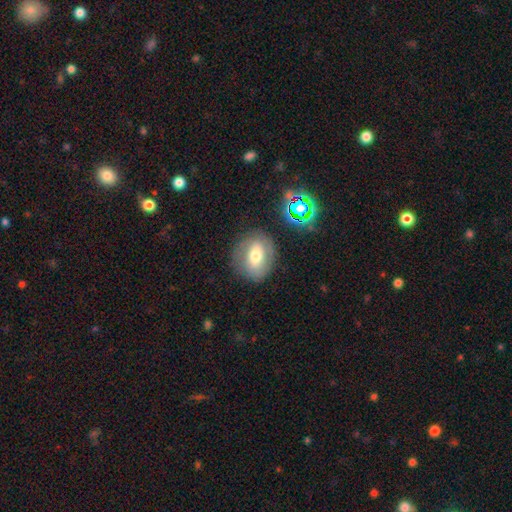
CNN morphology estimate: Overall: smooth (52%; featured or disk 37%). How rounded: in between (50%; round 49%). Merging: none (79%).